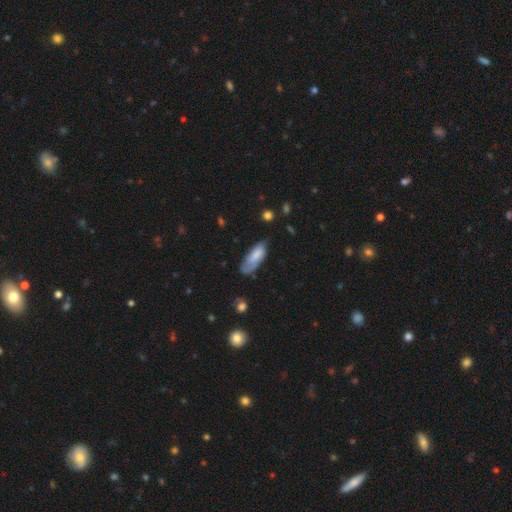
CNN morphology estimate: Smooth or featured? Predicted: smooth (p=0.68). How rounded? Predicted: in between (p=0.72). Merging? Predicted: none (p=0.49).